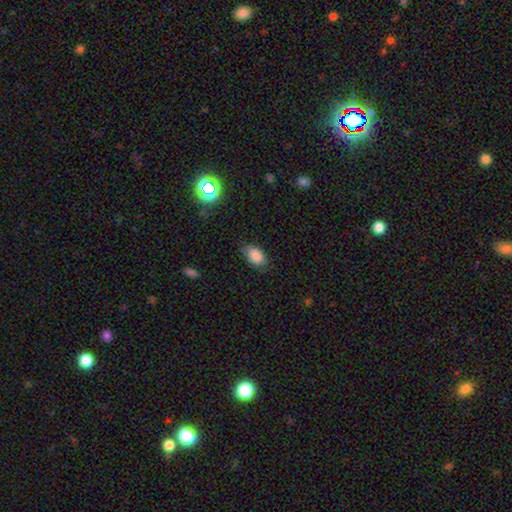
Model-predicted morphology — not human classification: Q: Smooth or featured?
A: smooth (85%); runner-up: star or artifact (9%)
Q: How rounded?
A: in between (91%); runner-up: round (7%)
Q: Merging?
A: none (78%); runner-up: minor disturbance (17%)